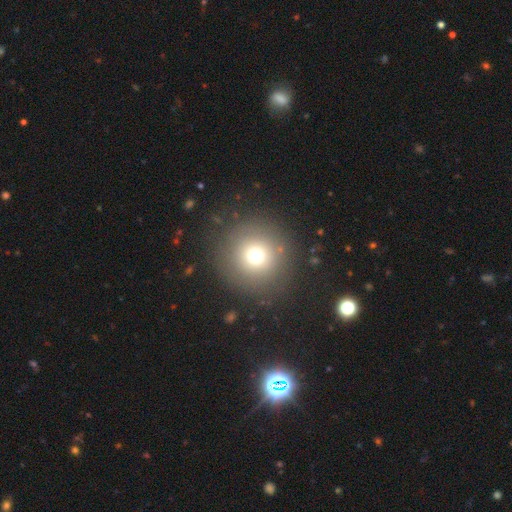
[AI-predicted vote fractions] Overall: smooth (71%). How rounded: round (95%). Merging: none (86%).